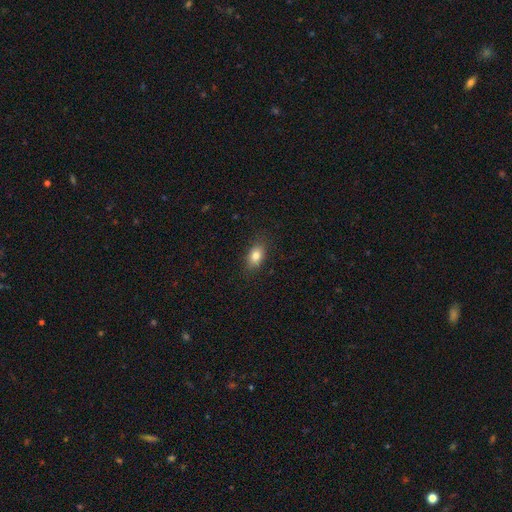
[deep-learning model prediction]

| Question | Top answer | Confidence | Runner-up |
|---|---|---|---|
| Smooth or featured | smooth | 82% | featured or disk (9%) |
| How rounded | in between | 85% | round (12%) |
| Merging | none | 86% | minor disturbance (11%) |